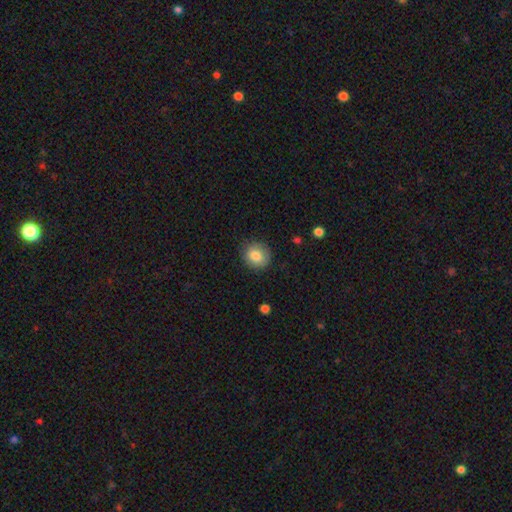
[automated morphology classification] Overall: smooth (81%). How rounded: round (85%). Merging: none (83%).